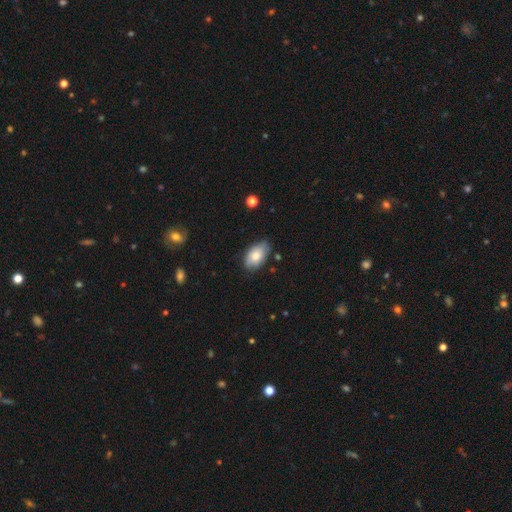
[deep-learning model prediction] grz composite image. It shows a smooth galaxy with no disk features (76%) that is in between round and cigar-shaped (93%). Merging: none (73%).